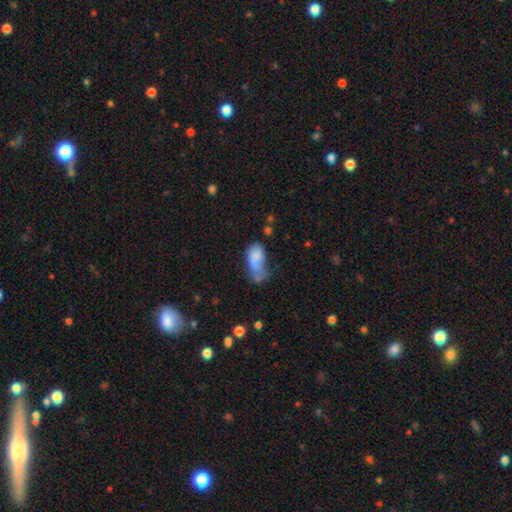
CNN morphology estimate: This is likely a smooth galaxy (67%). How rounded: clearly in between (91%). Merging: marginally major disturbance (42%).